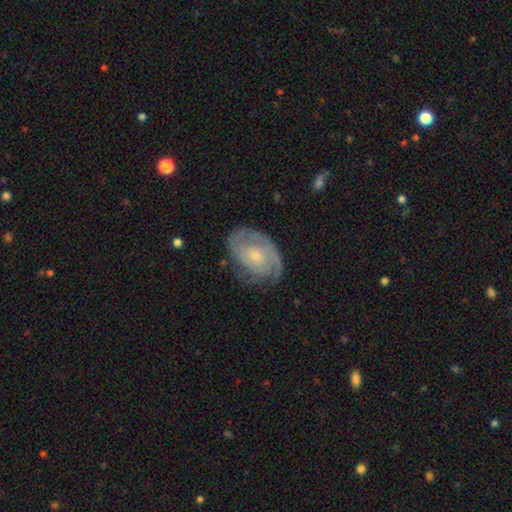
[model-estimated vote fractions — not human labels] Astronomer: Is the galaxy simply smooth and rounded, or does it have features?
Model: featured or disk — 79%.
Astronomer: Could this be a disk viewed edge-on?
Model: no — 97%.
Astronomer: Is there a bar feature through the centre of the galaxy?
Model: no — 71%.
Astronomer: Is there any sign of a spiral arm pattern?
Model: yes — 92%.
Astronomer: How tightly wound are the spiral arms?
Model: tight — 64%.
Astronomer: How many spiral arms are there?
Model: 2 — 42% (runner-up: can't tell, 29%).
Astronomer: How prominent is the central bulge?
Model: small — 62%.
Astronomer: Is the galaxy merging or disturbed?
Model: none — 69%.